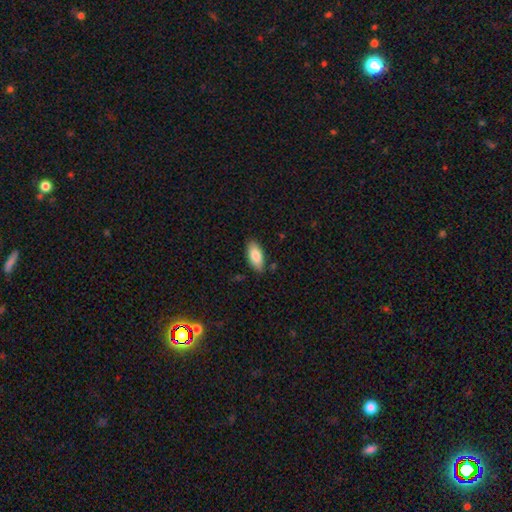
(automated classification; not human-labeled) Morphology: type=smooth (84%); roundness=in between (90%); merging=none (84%).